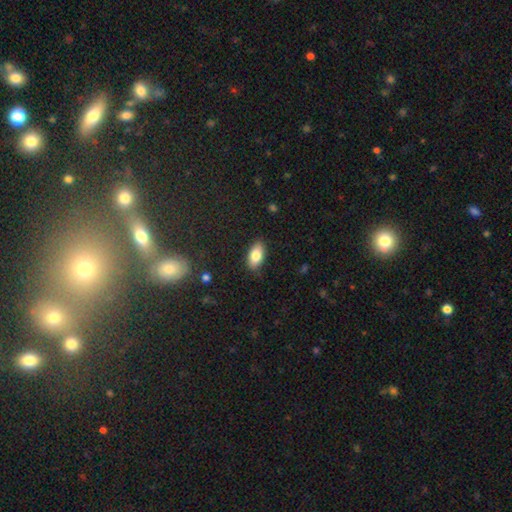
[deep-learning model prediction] A smooth galaxy with no disk features (82%) that is in between round and cigar-shaped (92%). Merging: none (85%).